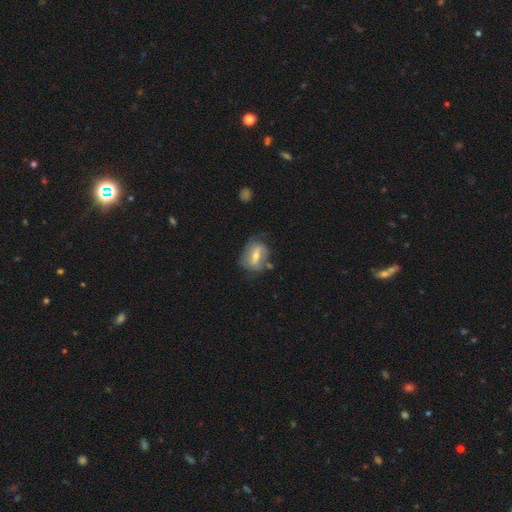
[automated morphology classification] Smooth or featured? Predicted: featured or disk (p=0.56). Edge-on disk? Predicted: no (p=0.93). Bar? Predicted: weak (p=0.42). Spiral arms? Predicted: yes (p=0.64). Bulge size? Predicted: moderate (p=0.53). Merging? Predicted: none (p=0.53).